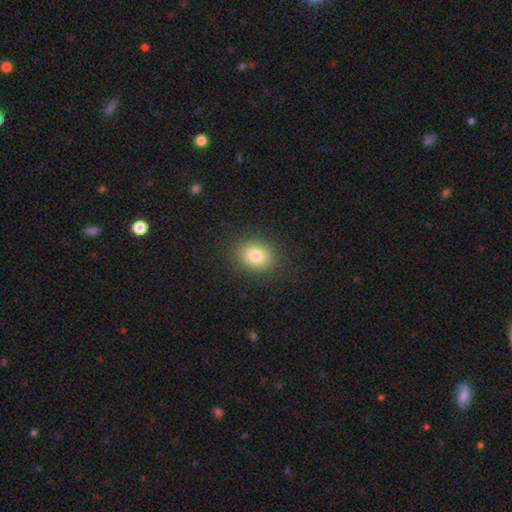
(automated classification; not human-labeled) A smooth galaxy with no disk features (81%) that is in between round and cigar-shaped (55%). Merging: none (86%).